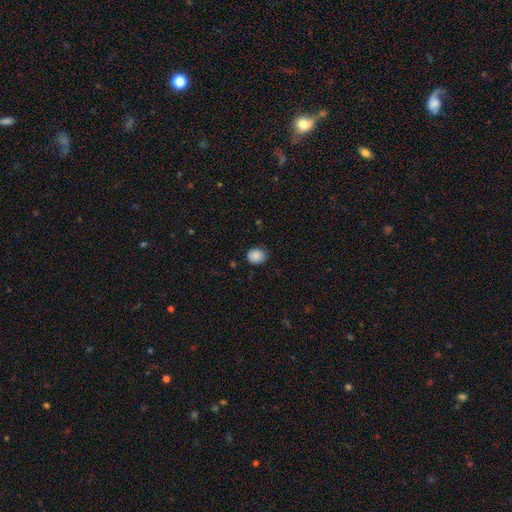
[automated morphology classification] Q: Smooth or featured?
A: smooth (87%); runner-up: star or artifact (8%)
Q: How rounded?
A: round (72%); runner-up: in between (27%)
Q: Merging?
A: none (84%); runner-up: minor disturbance (12%)